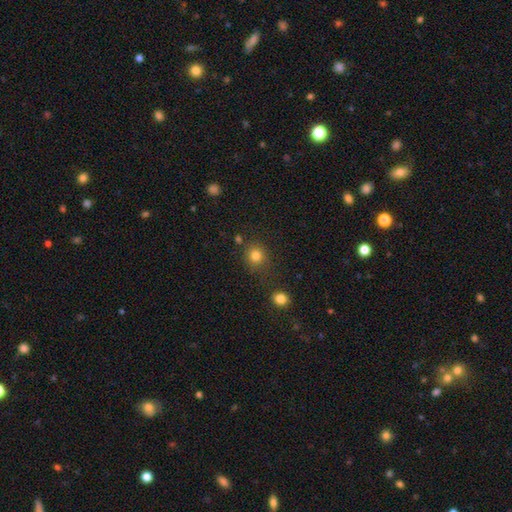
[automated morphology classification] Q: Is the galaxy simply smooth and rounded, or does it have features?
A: smooth — 81%.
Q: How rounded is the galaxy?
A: round — 85%.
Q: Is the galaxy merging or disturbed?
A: none — 76%.